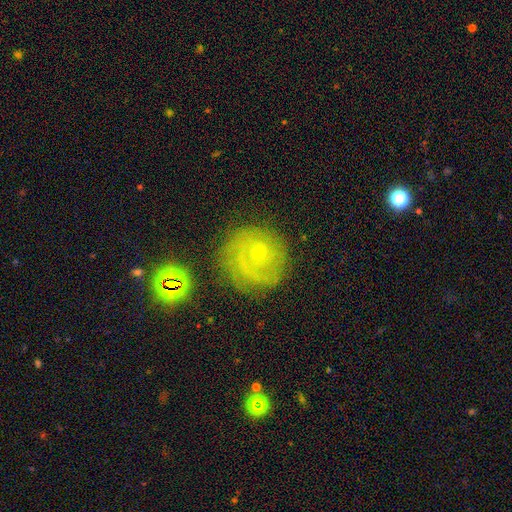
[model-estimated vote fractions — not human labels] Smooth or featured?
  - featured or disk: 63% *
  - smooth: 23%
  - star or artifact: 15%
Edge-on disk?
  - no: 97% *
  - yes: 3%
Bar?
  - no: 75% *
  - weak: 21%
  - strong: 4%
Spiral arms?
  - yes: 88% *
  - no: 12%
Spiral winding?
  - tight: 68% *
  - medium: 24%
  - loose: 8%
Spiral arm count?
  - can't tell: 36% *
  - 2: 29%
  - 3: 13%
  - 1: 12%
  - 4: 5%
  - more than 4: 4%
Bulge size?
  - small: 73% *
  - moderate: 21%
  - none: 3%
  - large: 1%
  - dominant: 1%
Merging?
  - none: 75% *
  - minor disturbance: 15%
  - major disturbance: 7%
  - merger: 3%